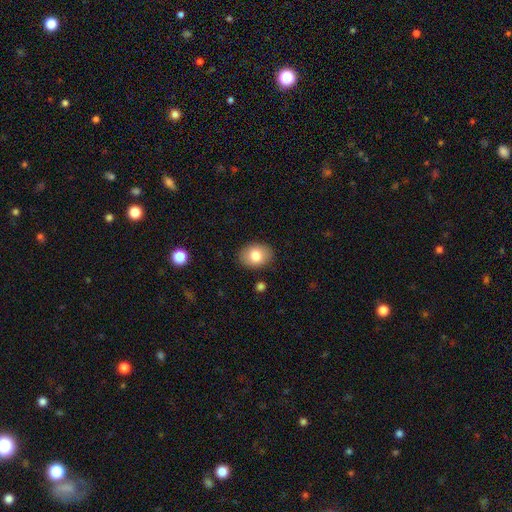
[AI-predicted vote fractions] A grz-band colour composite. It shows a smooth galaxy with no disk features (81%) that is in between round and cigar-shaped (70%). Merging: none (87%).